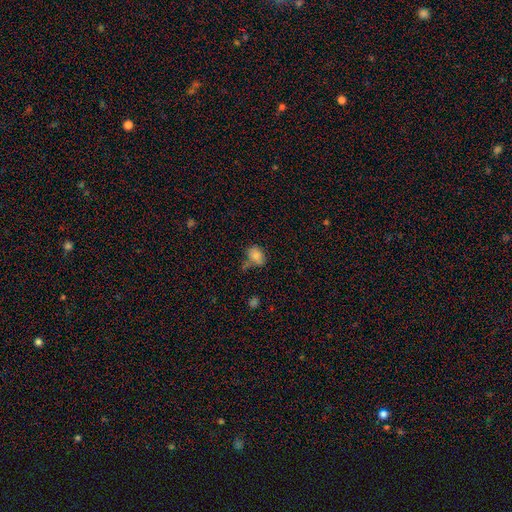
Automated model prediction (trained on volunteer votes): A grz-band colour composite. It shows a smooth galaxy with no disk features (80%) that is in between round and cigar-shaped (73%). Merging: none (49%).